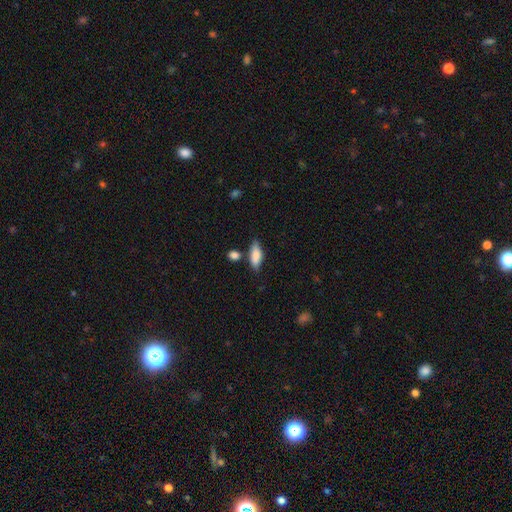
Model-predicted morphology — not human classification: smooth 79%, featured or disk 14%, star or artifact 7%. Down the decision tree: how rounded — in between (74%); merging — none (68%).